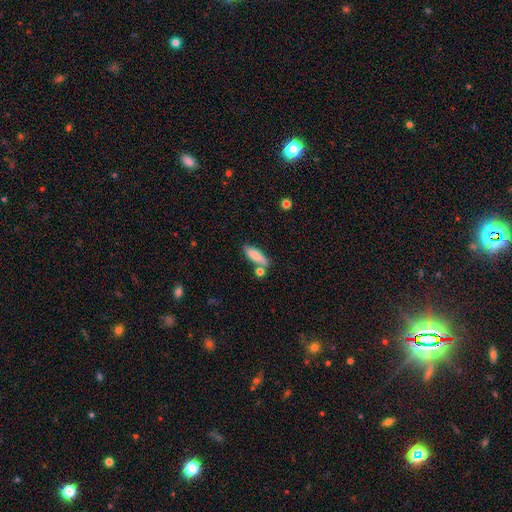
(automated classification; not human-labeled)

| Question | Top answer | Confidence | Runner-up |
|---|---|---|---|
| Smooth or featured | smooth | 82% | featured or disk (12%) |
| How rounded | in between | 53% | cigar-shaped (44%) |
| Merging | none | 67% | minor disturbance (15%) |